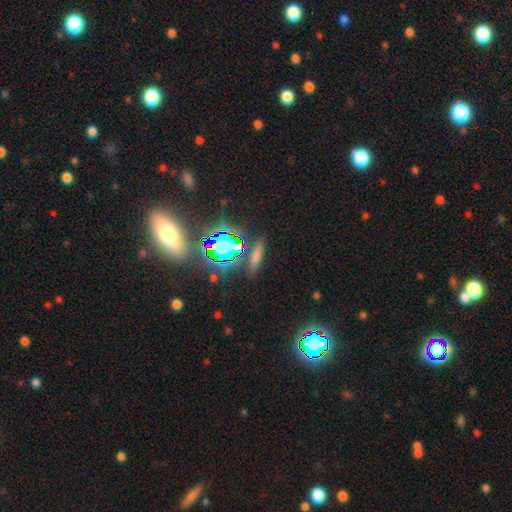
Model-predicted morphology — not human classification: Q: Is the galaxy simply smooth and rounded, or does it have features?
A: smooth — 58%.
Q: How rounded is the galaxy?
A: cigar-shaped — 58%.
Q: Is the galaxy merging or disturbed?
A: none — 82%.